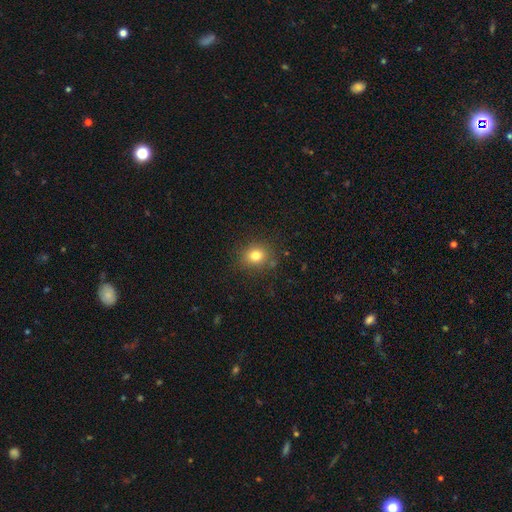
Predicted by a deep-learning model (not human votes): A smooth galaxy with no disk features (78%) that is round (72%).

Vote fractions:
- Smooth or featured? smooth: 78% / star or artifact: 14% / featured or disk: 8%
- How rounded? round: 72% / in between: 27% / cigar-shaped: 1%
- Merging? none: 84% / minor disturbance: 10% / major disturbance: 3% / merger: 2%